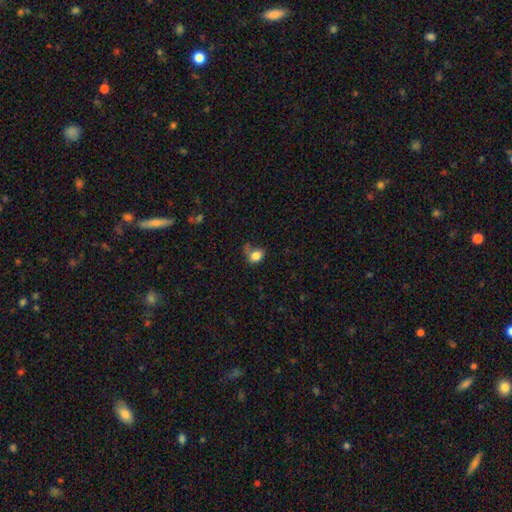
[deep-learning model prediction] smooth_or_featured: smooth (p=0.81) [alt: star or artifact p=0.10]
how_rounded: in between (p=0.55) [alt: round p=0.44]
merging: none (p=0.44) [alt: minor disturbance p=0.27]